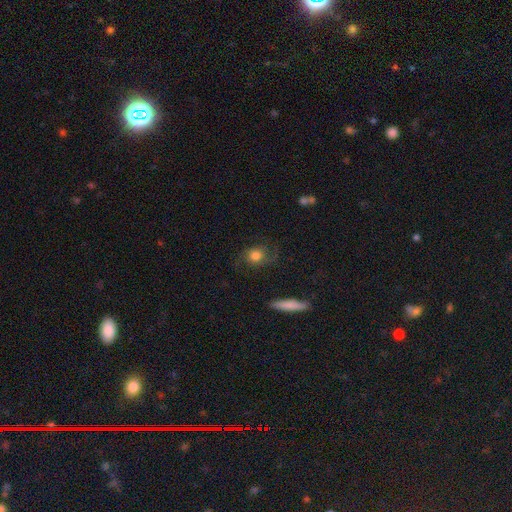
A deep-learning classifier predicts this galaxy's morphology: A smooth galaxy with no disk features (57%) that is round (68%).

Vote fractions:
- Smooth or featured? smooth: 57% / featured or disk: 33% / star or artifact: 10%
- How rounded? round: 68% / in between: 29% / cigar-shaped: 3%
- Merging? none: 65% / minor disturbance: 19% / major disturbance: 13% / merger: 2%